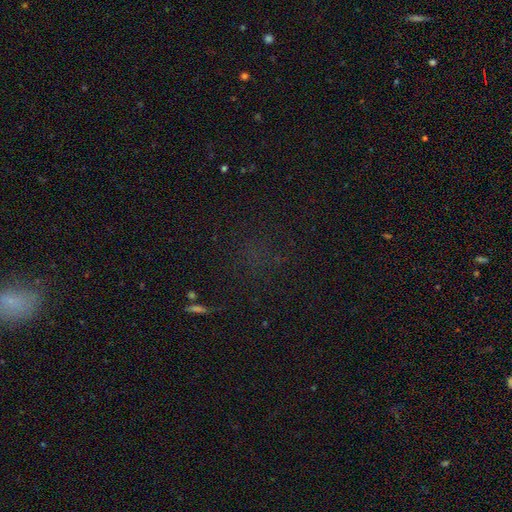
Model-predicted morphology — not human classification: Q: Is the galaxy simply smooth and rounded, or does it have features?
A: star or artifact — 61%.